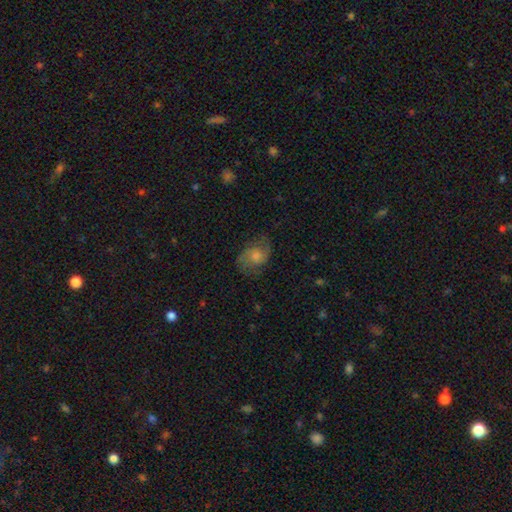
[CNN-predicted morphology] Overall: featured or disk (51%; smooth 37%). Edge-on disk: no (96%). Merging: none (70%).